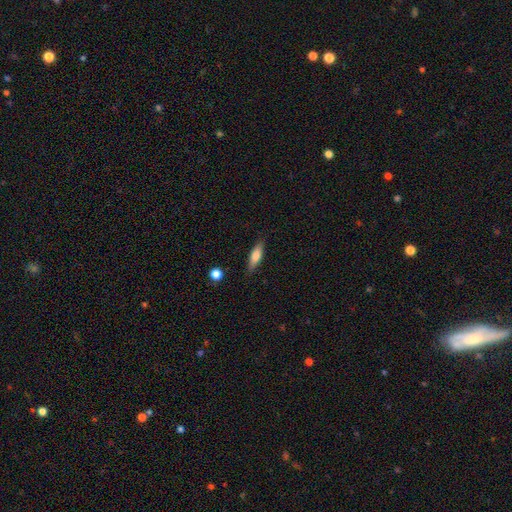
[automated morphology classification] A smooth galaxy with no disk features (72%) that is cigar-shaped (52%). Merging: none (84%).